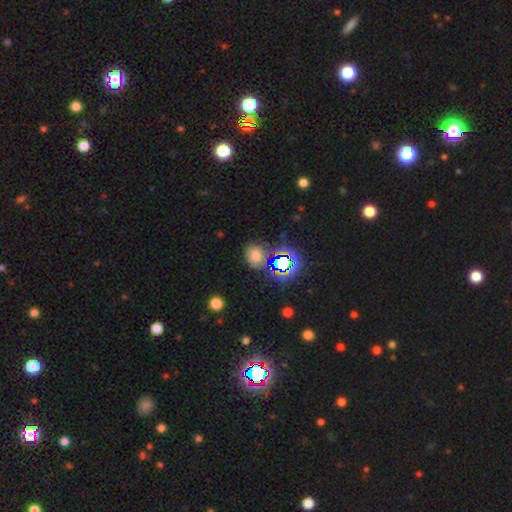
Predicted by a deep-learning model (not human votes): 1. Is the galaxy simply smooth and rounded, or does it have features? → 55% smooth, 34% star or artifact, 11% featured or disk.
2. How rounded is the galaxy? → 63% round, 36% in between, 1% cigar-shaped.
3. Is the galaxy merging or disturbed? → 72% none, 14% minor disturbance, 8% merger, 6% major disturbance.